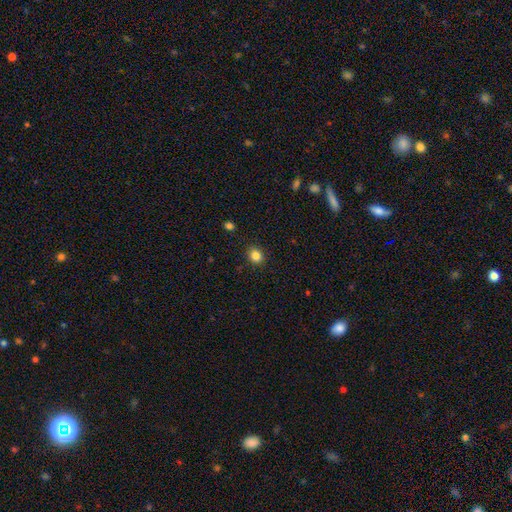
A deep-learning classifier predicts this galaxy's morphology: smooth-or-featured: smooth: 84% | star or artifact: 11% | featured or disk: 4%
  how-rounded: round: 70% | in between: 29% | cigar-shaped: 1%
  merging: none: 89% | minor disturbance: 7% | major disturbance: 2% | merger: 1%